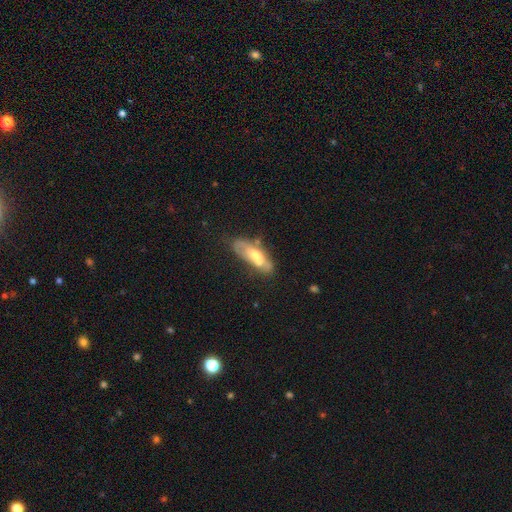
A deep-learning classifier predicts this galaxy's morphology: Q: Smooth or featured?
A: featured or disk (52%); runner-up: smooth (42%)
Q: Edge-on disk?
A: no (71%); runner-up: yes (29%)
Q: Merging?
A: none (51%); runner-up: minor disturbance (23%)